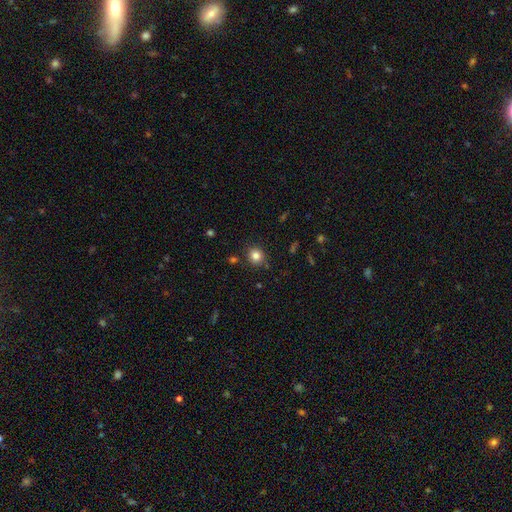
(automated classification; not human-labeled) The model was most divided on "smooth or featured": smooth: 83%, star or artifact: 12%, featured or disk: 6%. More confident: merging — none (86%); how rounded — round (86%).